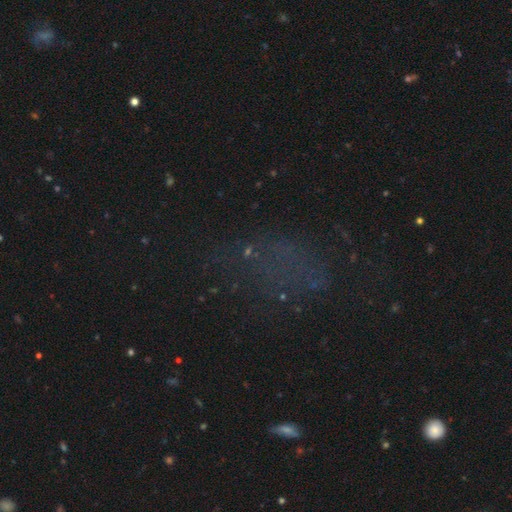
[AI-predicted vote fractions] A star or artifact, not a galaxy (50%).

Vote fractions:
- Smooth or featured? star or artifact: 50% / smooth: 29% / featured or disk: 21%